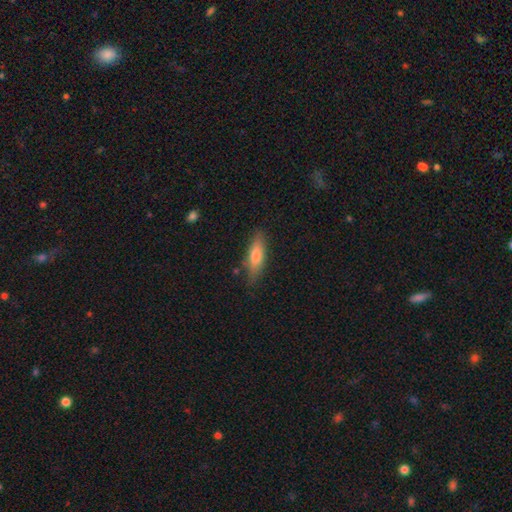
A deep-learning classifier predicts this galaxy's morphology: The model was most divided on "how rounded": cigar-shaped: 57%, in between: 41%, round: 2%. More confident: merging — none (83%); smooth or featured — smooth (64%).